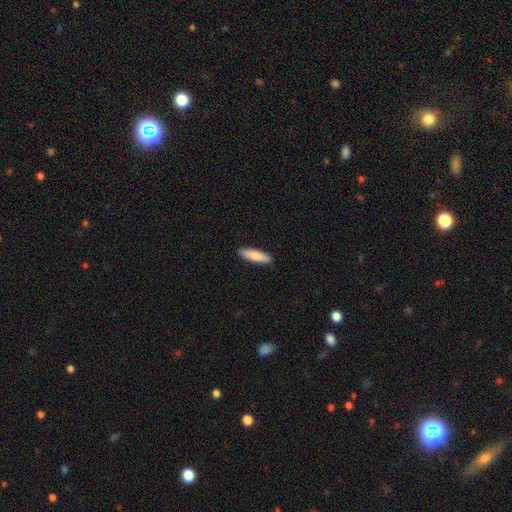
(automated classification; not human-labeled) Smooth or featured? smooth (84%)
How rounded? cigar-shaped (64%)
Merging? none (90%)